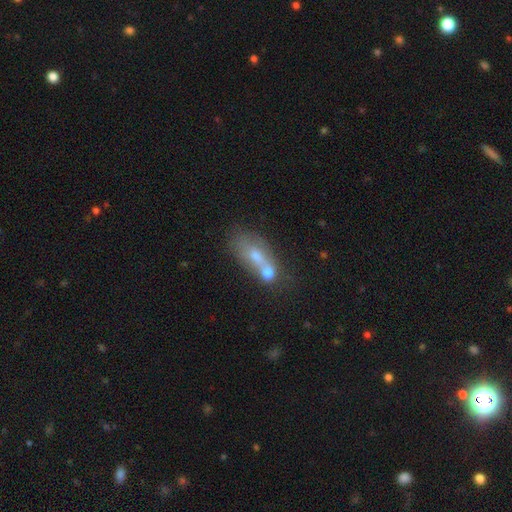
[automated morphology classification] Overall: smooth (58%; featured or disk 30%). How rounded: in between (71%). Merging: merger (49%; none 27%).